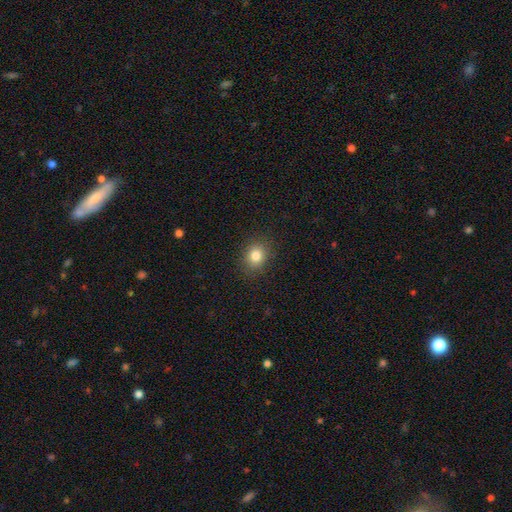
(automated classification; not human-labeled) smooth-or-featured: smooth: 81% | star or artifact: 12% | featured or disk: 7%
  how-rounded: round: 63% | in between: 36% | cigar-shaped: 1%
  merging: none: 88% | minor disturbance: 8% | major disturbance: 3% | merger: 1%